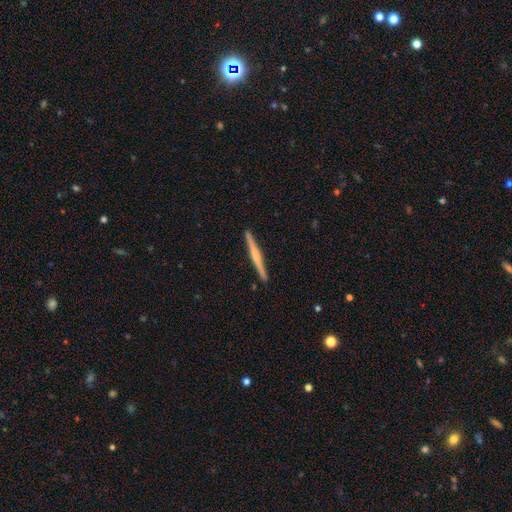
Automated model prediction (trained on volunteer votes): A featured or disk galaxy (62%) viewed edge-on (98%) with a rounded central bulge (50%).

Vote fractions:
- Smooth or featured? featured or disk: 62% / smooth: 33% / star or artifact: 5%
- Edge-on disk? yes: 98% / no: 2%
- Edge-on bulge? rounded: 50% / none: 33% / boxy: 17%
- Merging? none: 93% / minor disturbance: 5% / major disturbance: 1% / merger: 1%